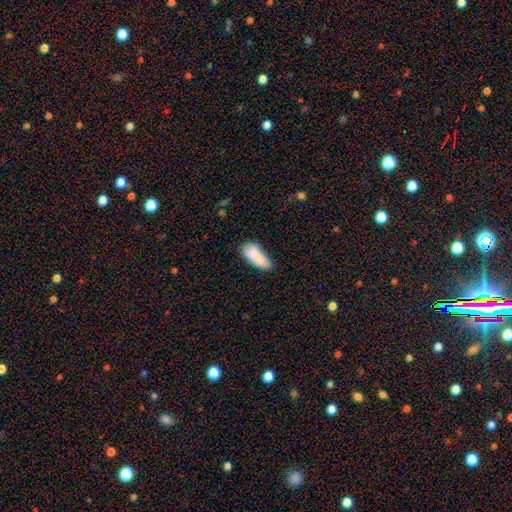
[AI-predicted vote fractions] Overall: smooth (84%). How rounded: in between (82%). Merging: none (50%; minor disturbance 33%).